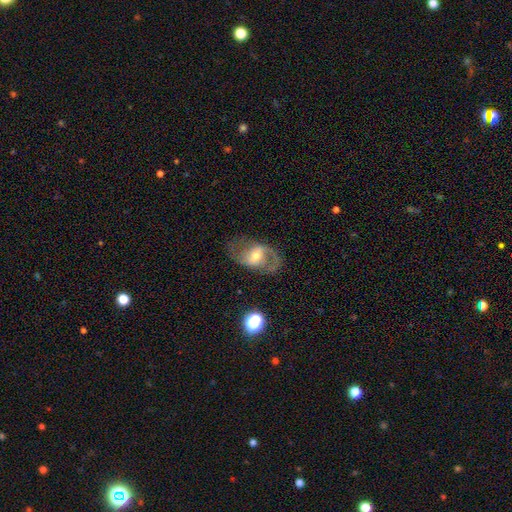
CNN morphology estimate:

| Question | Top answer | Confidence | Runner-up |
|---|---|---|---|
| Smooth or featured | featured or disk | 75% | smooth (18%) |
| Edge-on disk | no | 95% | yes (5%) |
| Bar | weak | 41% | no (31%) |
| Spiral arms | yes | 79% | no (21%) |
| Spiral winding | medium | 49% | loose (34%) |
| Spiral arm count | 2 | 82% | can't tell (9%) |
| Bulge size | moderate | 60% | small (30%) |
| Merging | none | 68% | minor disturbance (16%) |